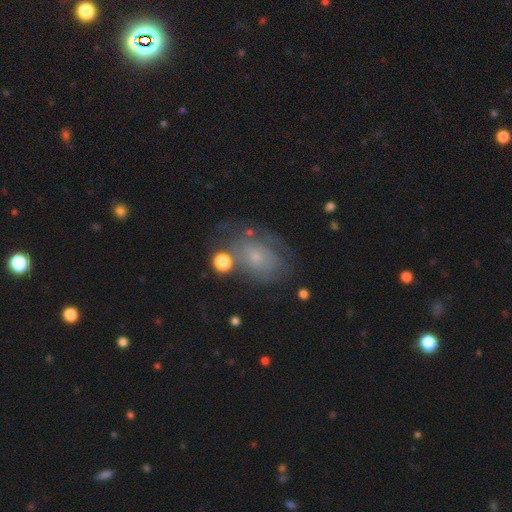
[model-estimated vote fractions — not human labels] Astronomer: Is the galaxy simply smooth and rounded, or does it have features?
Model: featured or disk — 48% (runner-up: smooth, 38%).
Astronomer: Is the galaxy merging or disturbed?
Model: none — 55%.